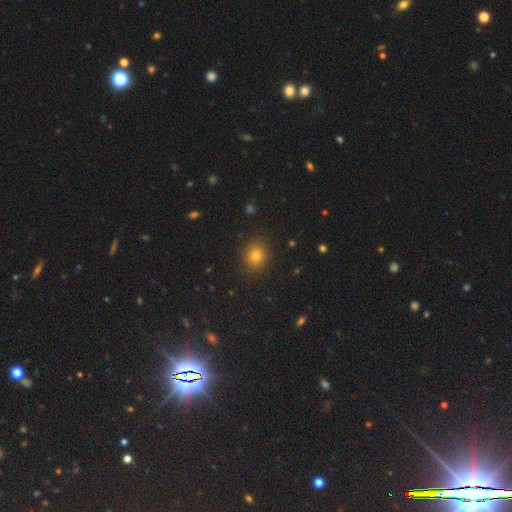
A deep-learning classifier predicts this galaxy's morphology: Smooth or featured? Predicted: smooth (p=0.77). How rounded? Predicted: round (p=0.80). Merging? Predicted: none (p=0.89).